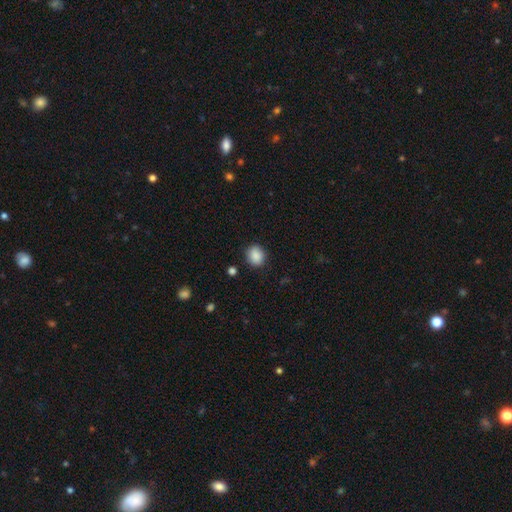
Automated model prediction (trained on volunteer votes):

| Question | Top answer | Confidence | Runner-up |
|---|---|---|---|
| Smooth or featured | smooth | 88% | star or artifact (8%) |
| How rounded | round | 67% | in between (32%) |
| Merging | none | 85% | minor disturbance (10%) |